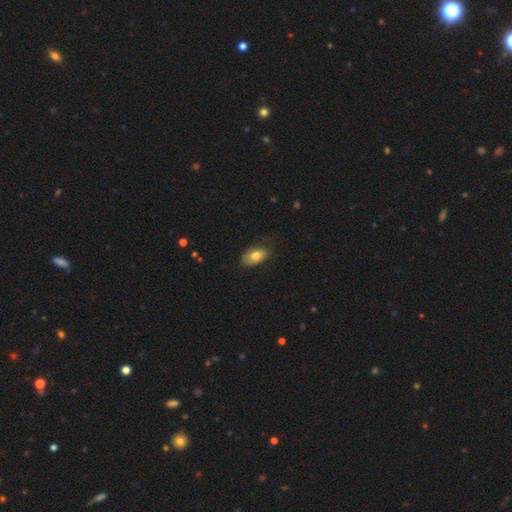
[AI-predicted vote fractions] Smooth or featured: smooth — 77% (featured or disk — 16%)
How rounded: in between — 92% (round — 6%)
Merging: none — 67% (minor disturbance — 25%)